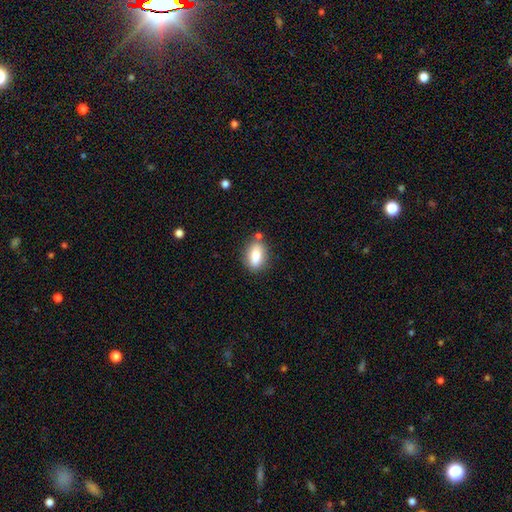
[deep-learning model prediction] Smooth or featured? Predicted: smooth (p=0.83). How rounded? Predicted: in between (p=0.86). Merging? Predicted: none (p=0.75).